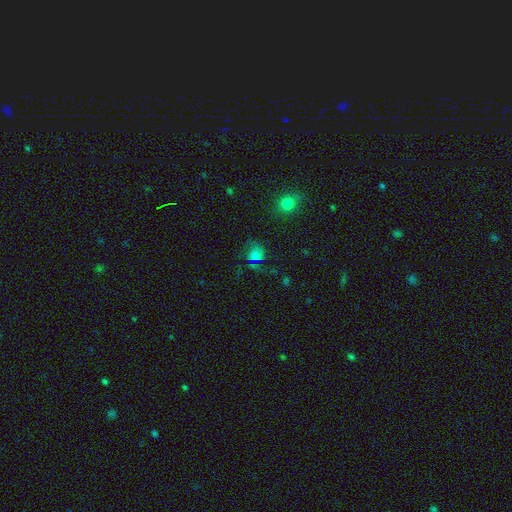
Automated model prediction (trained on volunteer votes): This is possibly a smooth galaxy (50%). How rounded: likely round (65%). Merging: possibly none (48%).